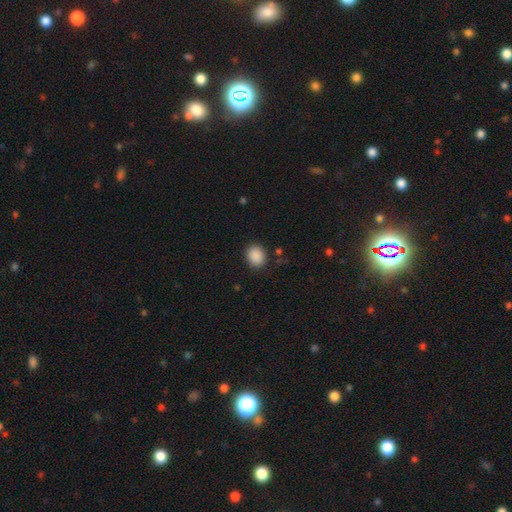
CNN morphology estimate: smooth-or-featured: smooth: 89% | star or artifact: 9% | featured or disk: 3%
  how-rounded: round: 59% | in between: 40% | cigar-shaped: 1%
  merging: none: 87% | minor disturbance: 9% | major disturbance: 3% | merger: 1%